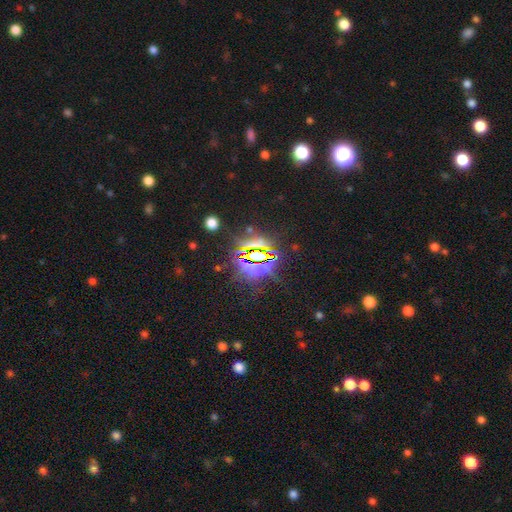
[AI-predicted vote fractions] smooth-or-featured: star or artifact: 79% | smooth: 11% | featured or disk: 10%